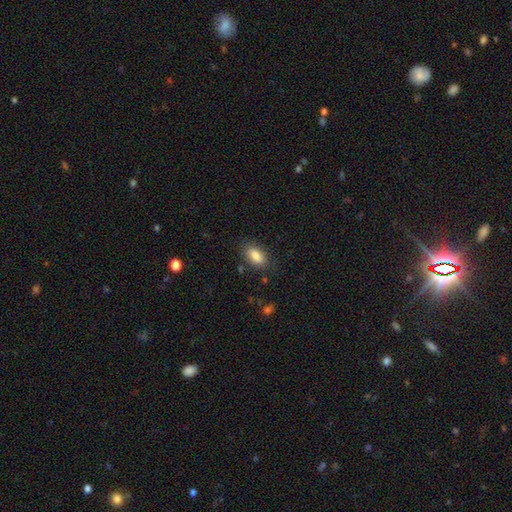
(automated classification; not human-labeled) This is clearly a smooth galaxy (86%). How rounded: clearly in between (91%). Merging: likely none (80%).